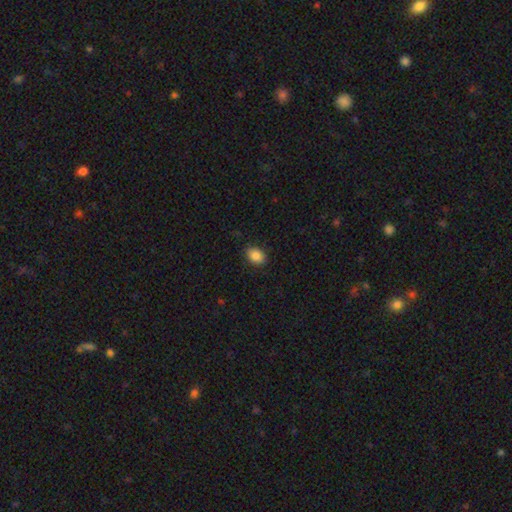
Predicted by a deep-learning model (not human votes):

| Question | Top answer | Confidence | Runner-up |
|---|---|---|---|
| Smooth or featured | smooth | 87% | star or artifact (8%) |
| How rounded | in between | 75% | round (24%) |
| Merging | none | 87% | minor disturbance (10%) |